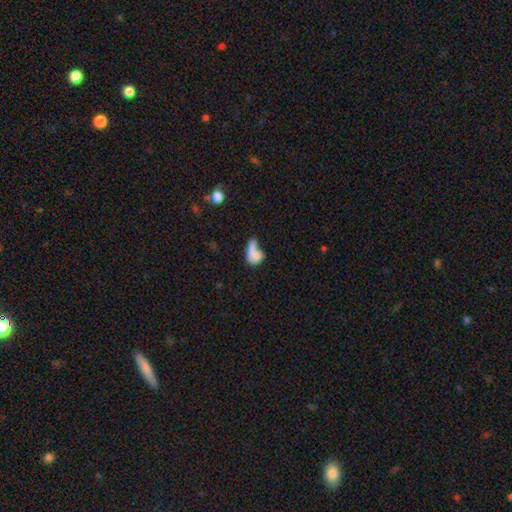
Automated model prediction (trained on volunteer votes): smooth-or-featured: smooth: 69% | featured or disk: 22% | star or artifact: 9%
  how-rounded: in between: 68% | round: 26% | cigar-shaped: 6%
  merging: merger: 51% | none: 22% | major disturbance: 15% | minor disturbance: 12%